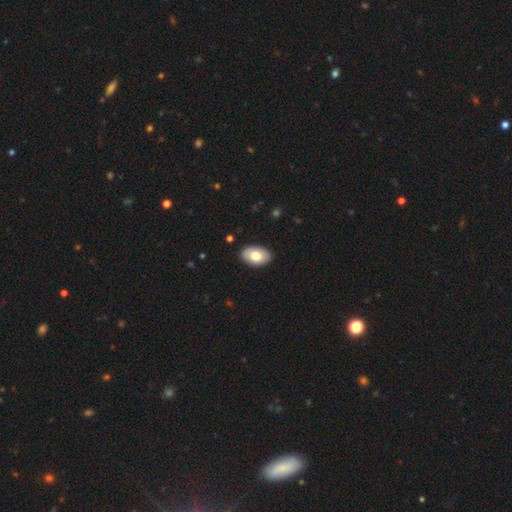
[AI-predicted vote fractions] The model was most divided on "smooth or featured": smooth: 72%, featured or disk: 22%, star or artifact: 6%. More confident: how rounded — in between (91%); merging — none (88%).